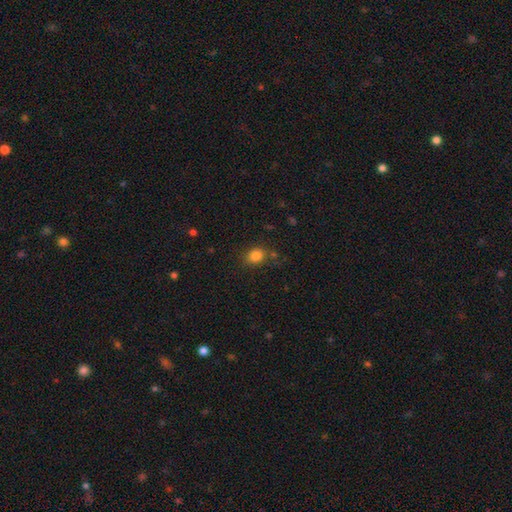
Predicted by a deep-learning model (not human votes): The model was most divided on "how rounded": round: 59%, in between: 40%, cigar-shaped: 1%. More confident: smooth or featured — smooth (82%); merging — none (78%).